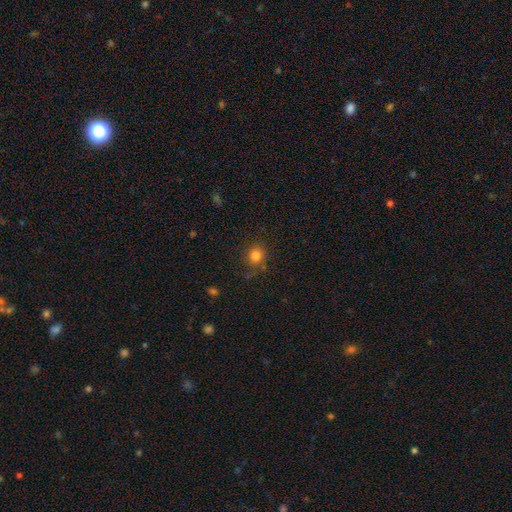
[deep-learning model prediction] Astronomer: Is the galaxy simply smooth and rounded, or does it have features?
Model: smooth — 81%.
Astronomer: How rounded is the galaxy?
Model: round — 82%.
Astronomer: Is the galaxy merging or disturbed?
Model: none — 80%.